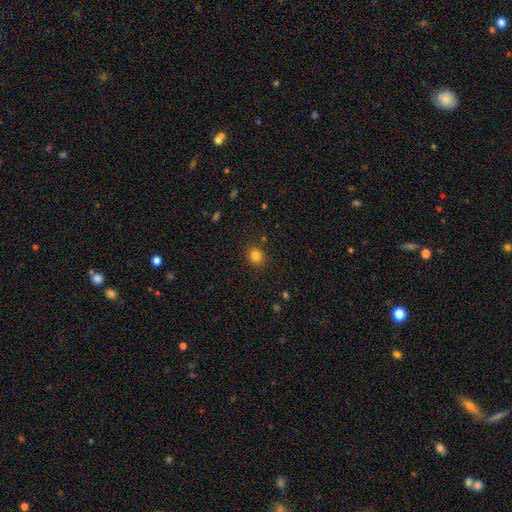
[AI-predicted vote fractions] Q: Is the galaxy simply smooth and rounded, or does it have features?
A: smooth — 82%.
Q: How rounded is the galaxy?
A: round — 72%.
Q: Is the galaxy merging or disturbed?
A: none — 88%.